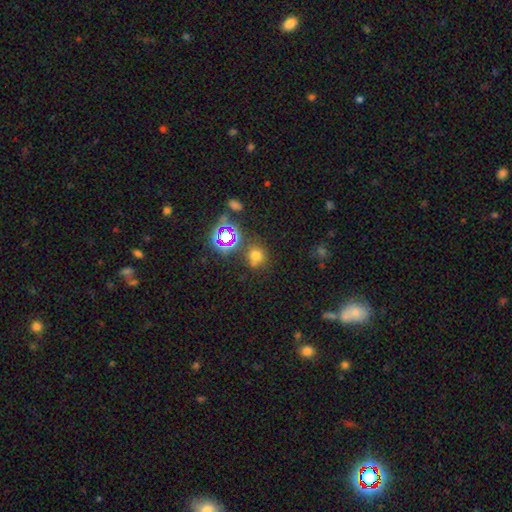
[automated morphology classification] A smooth galaxy with no disk features (62%) that is round (80%).

Vote fractions:
- Smooth or featured? smooth: 62% / star or artifact: 30% / featured or disk: 8%
- How rounded? round: 80% / in between: 19% / cigar-shaped: 1%
- Merging? none: 71% / minor disturbance: 14% / merger: 9% / major disturbance: 6%